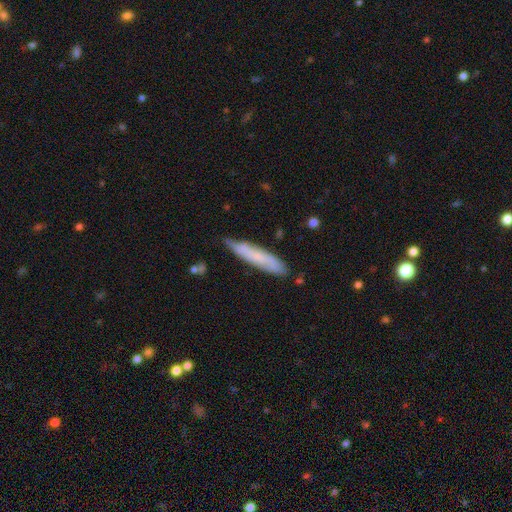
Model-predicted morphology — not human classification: The model was most divided on "smooth or featured": smooth: 61%, featured or disk: 32%, star or artifact: 7%. More confident: how rounded — cigar-shaped (87%); merging — none (75%).